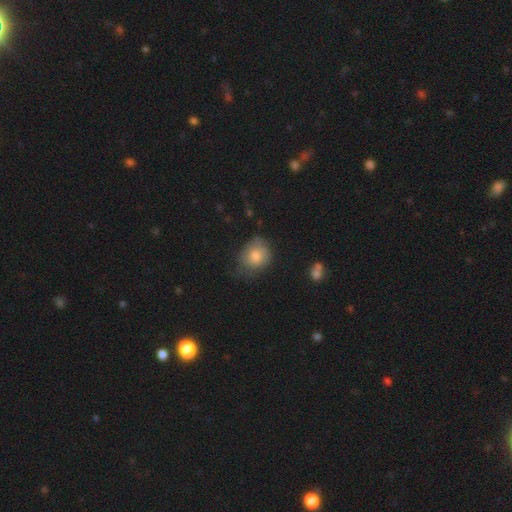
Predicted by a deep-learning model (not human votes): smooth-or-featured: smooth: 75% | featured or disk: 16% | star or artifact: 9%
  how-rounded: round: 63% | in between: 36% | cigar-shaped: 1%
  merging: none: 56% | minor disturbance: 33% | major disturbance: 10% | merger: 2%